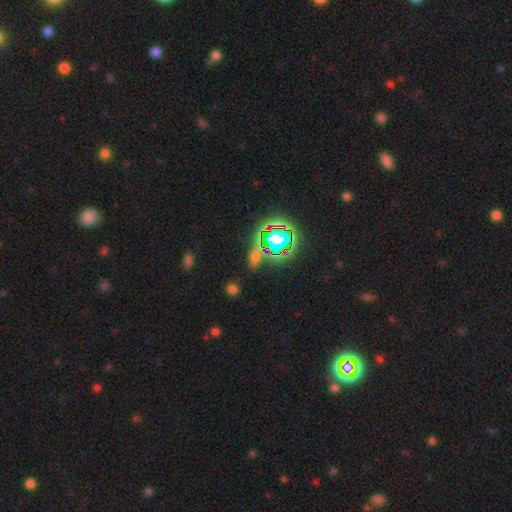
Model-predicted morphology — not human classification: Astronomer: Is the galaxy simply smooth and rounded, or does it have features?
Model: star or artifact — 45% (runner-up: smooth, 38%).